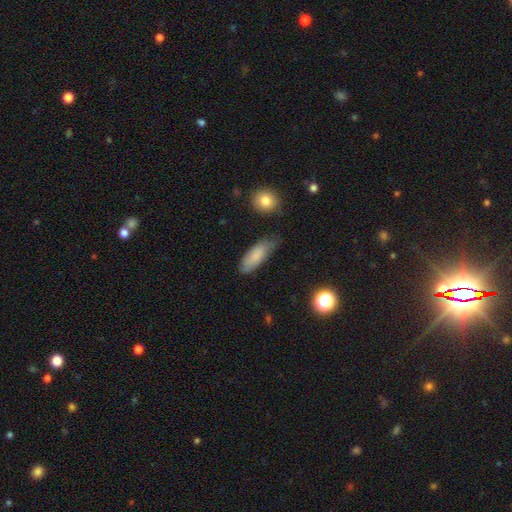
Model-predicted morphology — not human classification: A smooth galaxy with no disk features (81%) that is in between round and cigar-shaped (70%). Merging: none (62%).